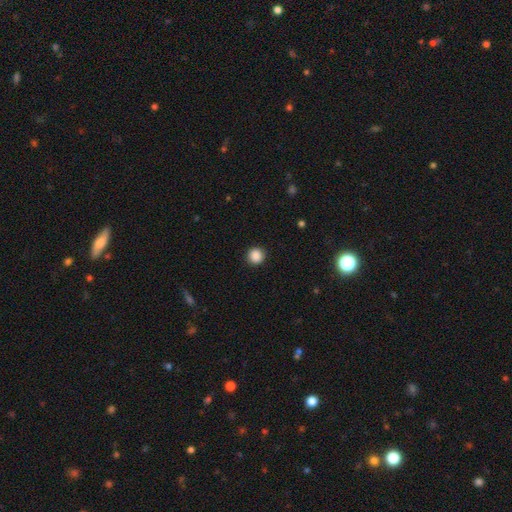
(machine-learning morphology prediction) This appears to be a smooth galaxy with no disk features (88%) that is round (94%). Merging: none (92%).